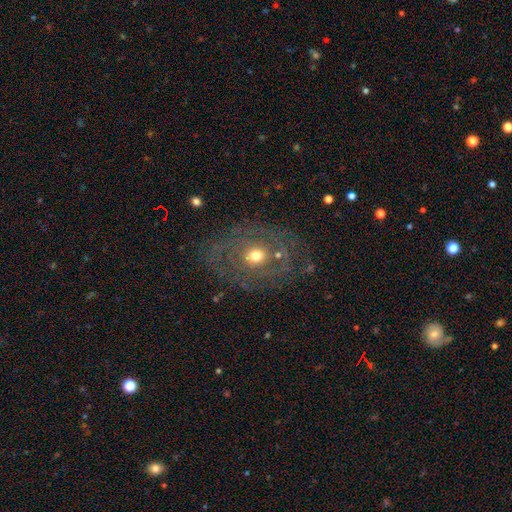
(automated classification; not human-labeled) Smooth or featured?
  - featured or disk: 66% *
  - smooth: 23%
  - star or artifact: 11%
Edge-on disk?
  - no: 95% *
  - yes: 5%
Bar?
  - no: 81% *
  - weak: 15%
  - strong: 5%
Spiral arms?
  - yes: 60% *
  - no: 40%
Bulge size?
  - moderate: 62% *
  - small: 31%
  - large: 5%
  - dominant: 1%
  - none: 1%
Merging?
  - none: 71% *
  - minor disturbance: 16%
  - major disturbance: 11%
  - merger: 2%